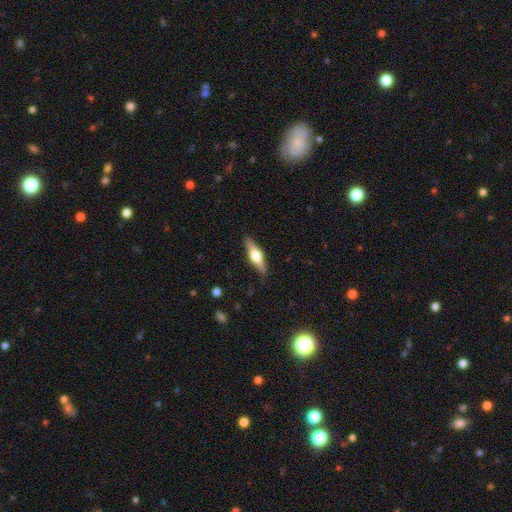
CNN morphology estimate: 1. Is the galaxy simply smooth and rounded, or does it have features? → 61% featured or disk, 33% smooth, 6% star or artifact.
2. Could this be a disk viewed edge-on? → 96% yes, 4% no.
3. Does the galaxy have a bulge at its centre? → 93% rounded, 5% boxy, 2% none.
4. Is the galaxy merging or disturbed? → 87% none, 10% minor disturbance, 2% major disturbance, 1% merger.